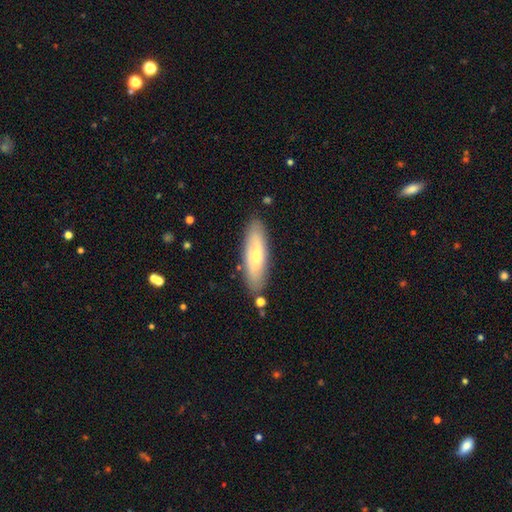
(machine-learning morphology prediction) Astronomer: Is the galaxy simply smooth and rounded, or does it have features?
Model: smooth — 59% (runner-up: featured or disk, 35%).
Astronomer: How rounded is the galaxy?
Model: cigar-shaped — 51% (runner-up: in between, 47%).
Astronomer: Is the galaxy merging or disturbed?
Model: none — 83%.